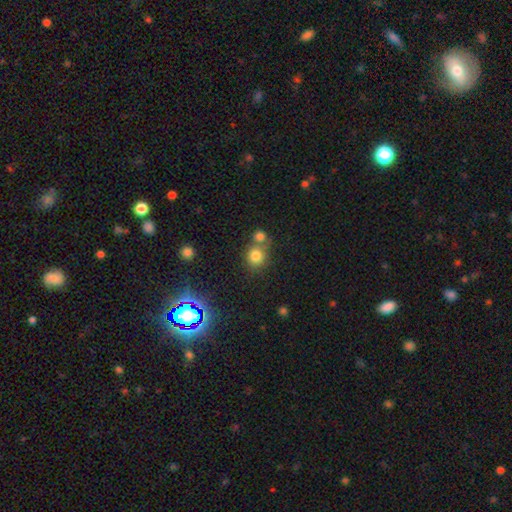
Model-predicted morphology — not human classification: smooth_or_featured: smooth (p=0.78) [alt: star or artifact p=0.14]
how_rounded: round (p=0.83) [alt: in between p=0.16]
merging: none (p=0.54) [alt: merger p=0.33]